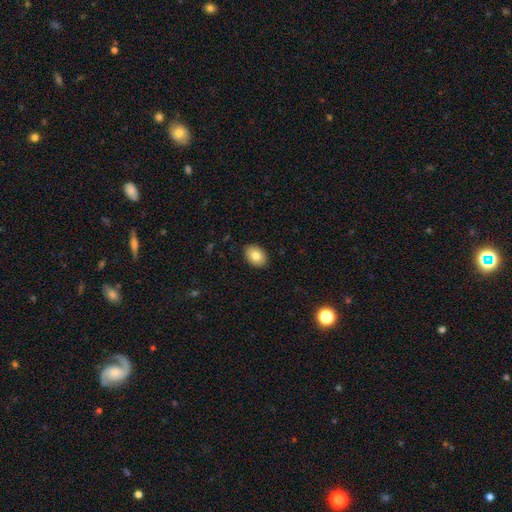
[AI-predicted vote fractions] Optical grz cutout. It shows a smooth galaxy with no disk features (82%) that is in between round and cigar-shaped (80%). Merging: none (89%).